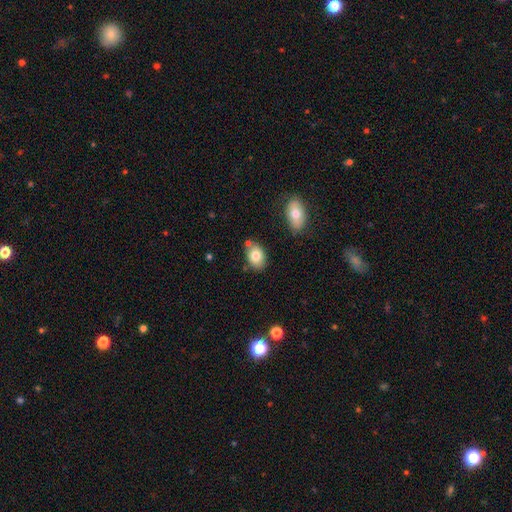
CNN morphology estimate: Q: Smooth or featured?
A: smooth (80%); runner-up: featured or disk (12%)
Q: How rounded?
A: in between (80%); runner-up: round (19%)
Q: Merging?
A: none (72%); runner-up: minor disturbance (15%)